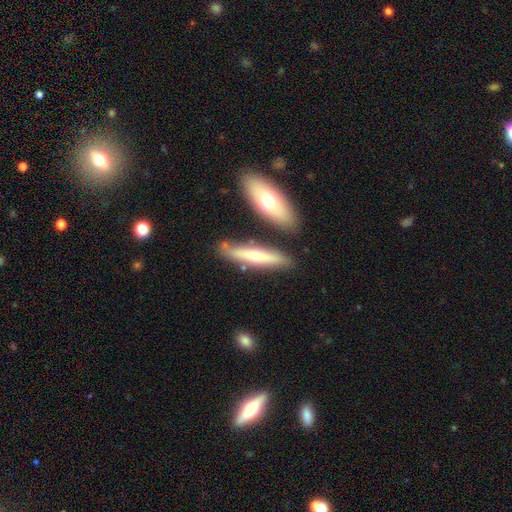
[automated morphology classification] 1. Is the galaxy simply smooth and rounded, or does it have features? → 48% smooth, 47% featured or disk, 6% star or artifact.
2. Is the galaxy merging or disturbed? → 77% none, 13% minor disturbance, 8% merger, 3% major disturbance.